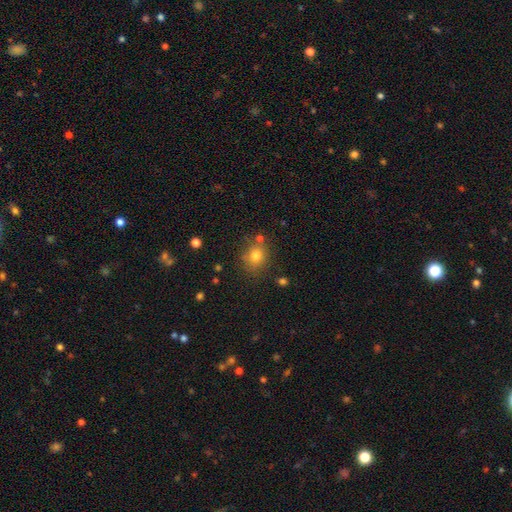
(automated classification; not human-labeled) Smooth or featured? smooth (79%)
How rounded? round (70%)
Merging? none (73%)